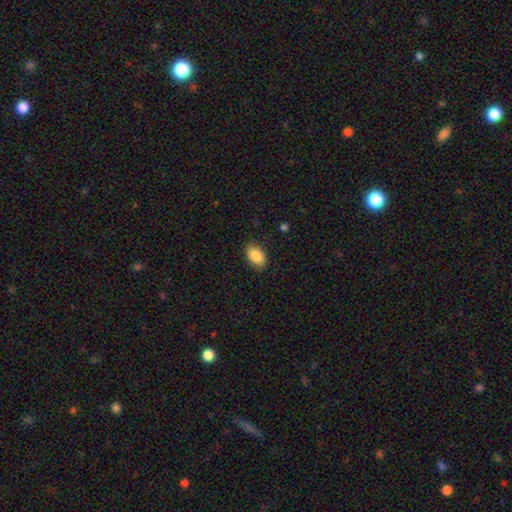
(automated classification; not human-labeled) A smooth galaxy with no disk features (87%) that is in between round and cigar-shaped (89%). Merging: none (84%).